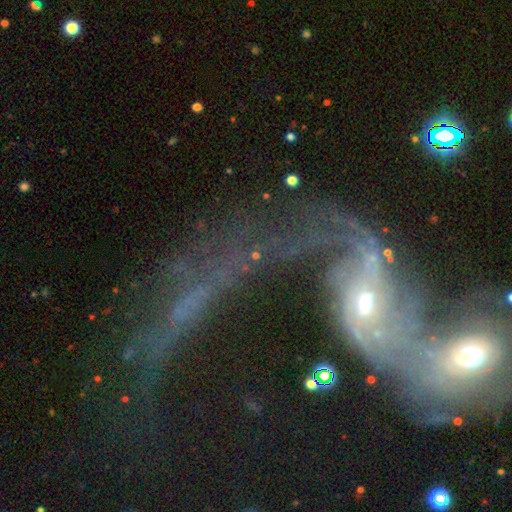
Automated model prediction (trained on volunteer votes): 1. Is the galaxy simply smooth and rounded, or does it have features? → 51% featured or disk, 30% star or artifact, 19% smooth.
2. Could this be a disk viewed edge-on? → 77% no, 23% yes.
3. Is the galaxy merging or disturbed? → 47% none, 25% major disturbance, 16% minor disturbance, 12% merger.